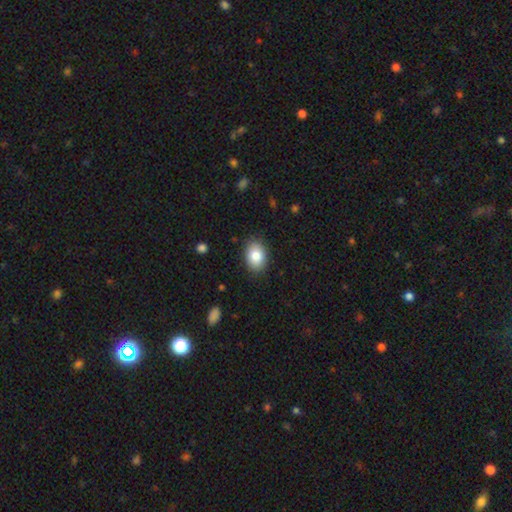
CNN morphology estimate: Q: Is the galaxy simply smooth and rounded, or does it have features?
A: smooth — 84%.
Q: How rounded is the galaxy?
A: in between — 79%.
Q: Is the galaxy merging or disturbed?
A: none — 86%.